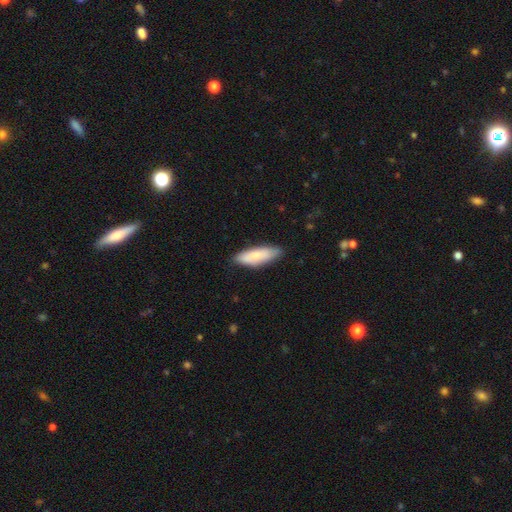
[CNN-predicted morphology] A smooth galaxy with no disk features (77%) that is in between round and cigar-shaped (58%). Merging: none (81%).